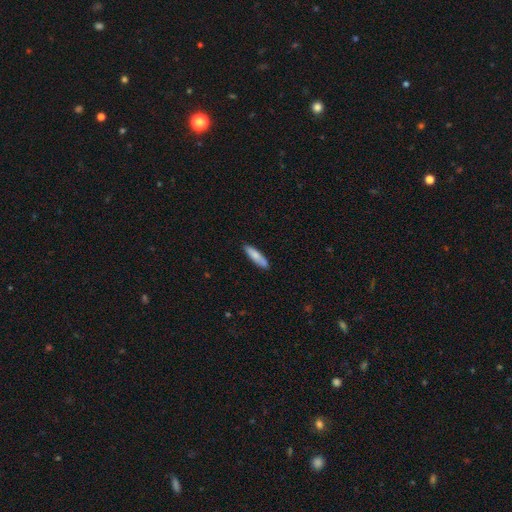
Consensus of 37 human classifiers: Morphology: type=smooth (84%); roundness=cigar-shaped (71%); merging=none (89%).